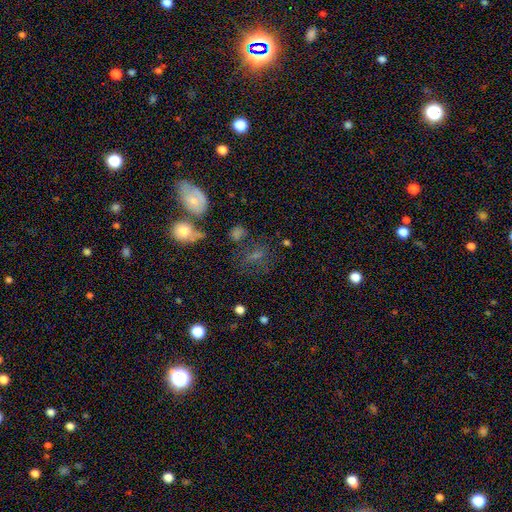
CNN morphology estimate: smooth-or-featured: smooth: 50% | featured or disk: 27% | star or artifact: 23%
  how-rounded: in between: 56% | round: 36% | cigar-shaped: 8%
  merging: none: 54% | minor disturbance: 19% | major disturbance: 17% | merger: 10%